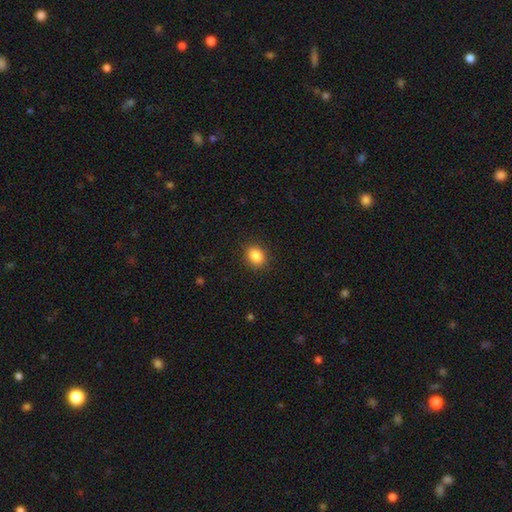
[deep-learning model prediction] This appears to be a smooth galaxy with no disk features (86%) that is in between round and cigar-shaped (51%). Merging: none (88%).